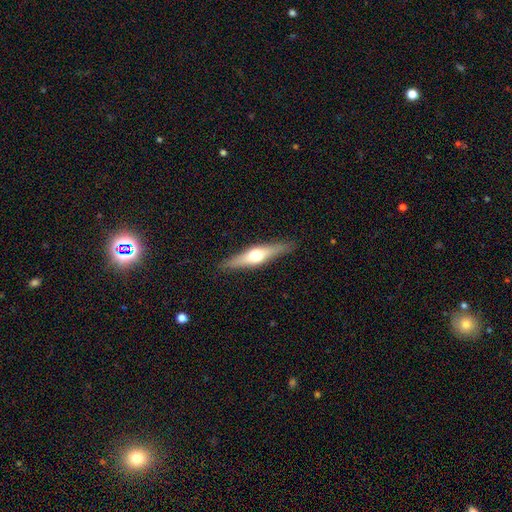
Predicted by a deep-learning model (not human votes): Smooth or featured: featured or disk — 62% (smooth — 33%)
Edge-on disk: yes — 95% (no — 5%)
Edge-on bulge: rounded — 94% (boxy — 4%)
Merging: none — 89% (minor disturbance — 8%)